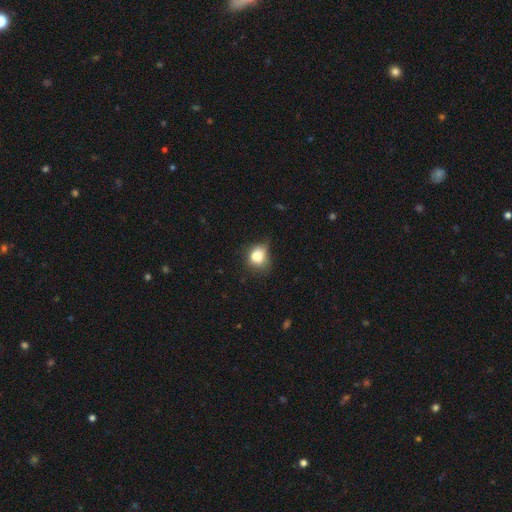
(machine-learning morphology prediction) Overall: smooth (75%). How rounded: round (60%; in between 39%). Merging: none (45%; minor disturbance 36%).